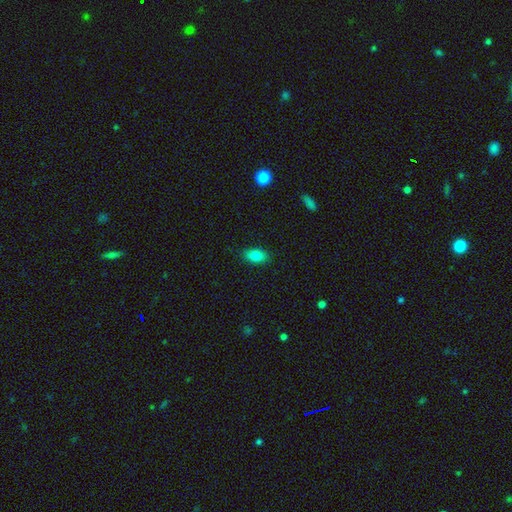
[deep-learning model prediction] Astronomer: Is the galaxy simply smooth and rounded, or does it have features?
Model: smooth — 83%.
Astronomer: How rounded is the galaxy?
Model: in between — 88%.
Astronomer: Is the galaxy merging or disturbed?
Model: none — 87%.